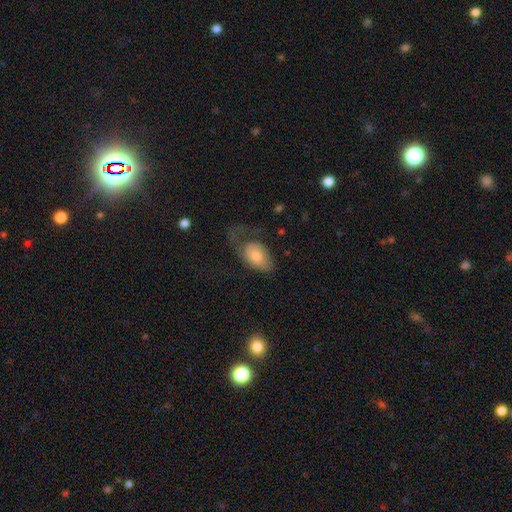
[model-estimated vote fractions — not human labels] smooth 61%, featured or disk 32%, star or artifact 7%. Down the decision tree: how rounded — in between (90%); merging — major disturbance (49%).